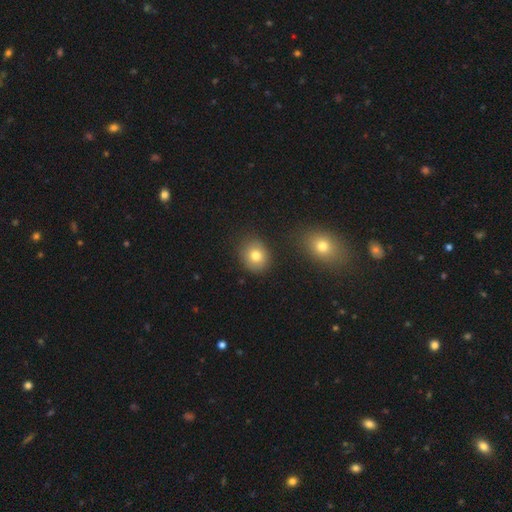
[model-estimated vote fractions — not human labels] Overall: smooth (79%). How rounded: round (72%). Merging: none (83%).